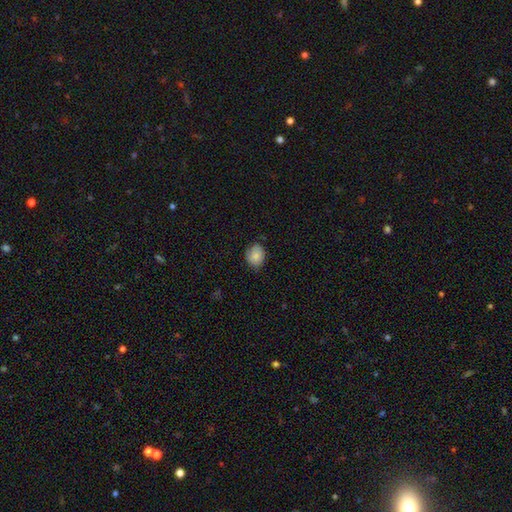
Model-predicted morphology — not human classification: type=smooth (84%); roundness=round (53%); merging=none (74%).